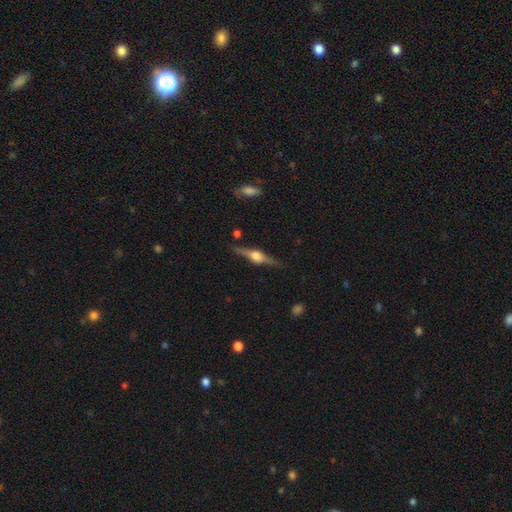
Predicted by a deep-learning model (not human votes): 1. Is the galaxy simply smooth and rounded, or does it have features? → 83% featured or disk, 11% smooth, 6% star or artifact.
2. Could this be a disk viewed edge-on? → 98% yes, 2% no.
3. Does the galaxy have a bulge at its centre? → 94% rounded, 5% boxy, 1% none.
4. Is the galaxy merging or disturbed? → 87% none, 9% minor disturbance, 2% major disturbance, 2% merger.